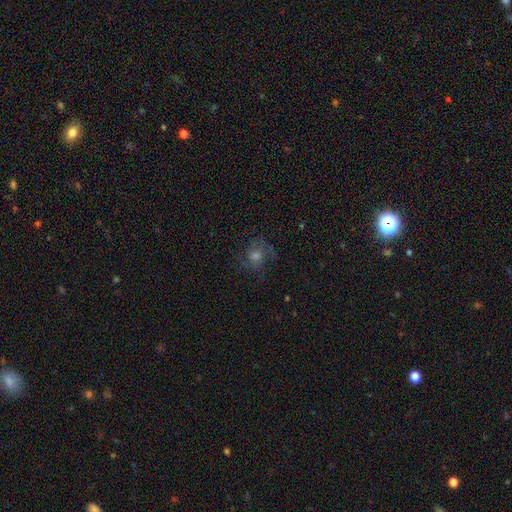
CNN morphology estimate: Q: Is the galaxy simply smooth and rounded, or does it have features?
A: featured or disk — 56%.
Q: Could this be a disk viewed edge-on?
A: no — 97%.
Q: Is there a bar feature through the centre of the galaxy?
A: no — 74%.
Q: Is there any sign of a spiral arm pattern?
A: yes — 88%.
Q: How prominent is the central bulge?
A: moderate — 54%.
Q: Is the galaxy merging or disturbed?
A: none — 69%.